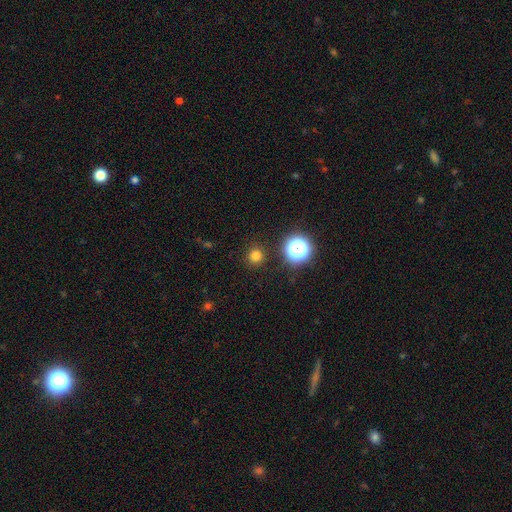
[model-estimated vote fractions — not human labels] Smooth or featured?
  - smooth: 77% *
  - star or artifact: 19%
  - featured or disk: 5%
How rounded?
  - round: 95% *
  - in between: 5%
  - cigar-shaped: 1%
Merging?
  - none: 91% *
  - minor disturbance: 5%
  - major disturbance: 2%
  - merger: 2%